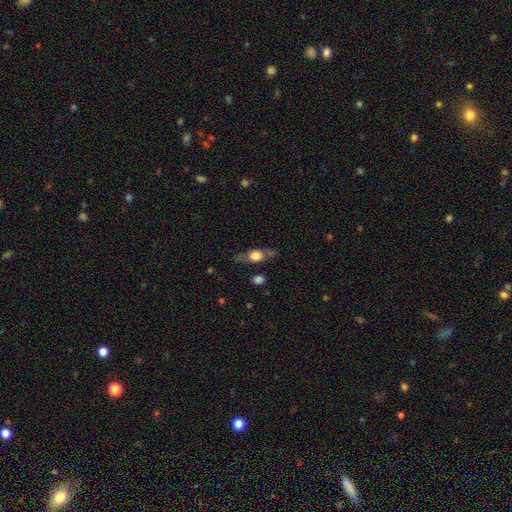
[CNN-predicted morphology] This appears to be a smooth galaxy with no disk features (53%) that is in between round and cigar-shaped (47%). Merging: none (64%).